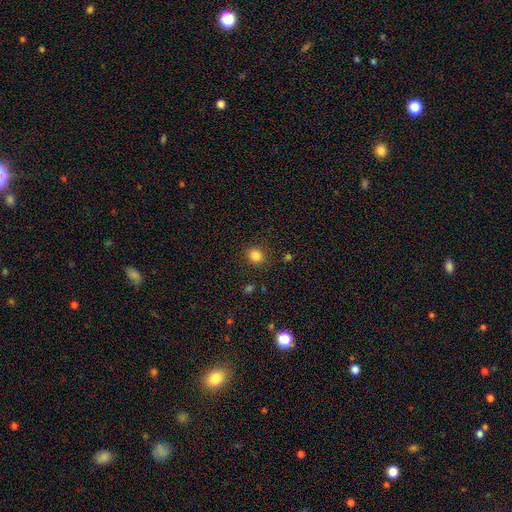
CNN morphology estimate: type=smooth (83%); roundness=round (81%); merging=none (87%).